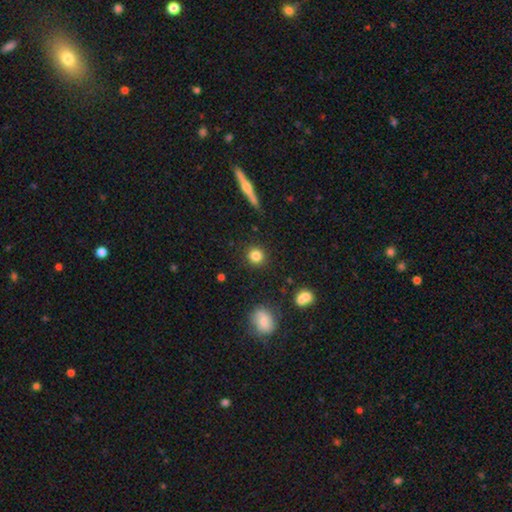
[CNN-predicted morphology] smooth_or_featured: smooth (p=0.83) [alt: star or artifact p=0.11]
how_rounded: round (p=0.90) [alt: in between p=0.08]
merging: none (p=0.89) [alt: minor disturbance p=0.06]